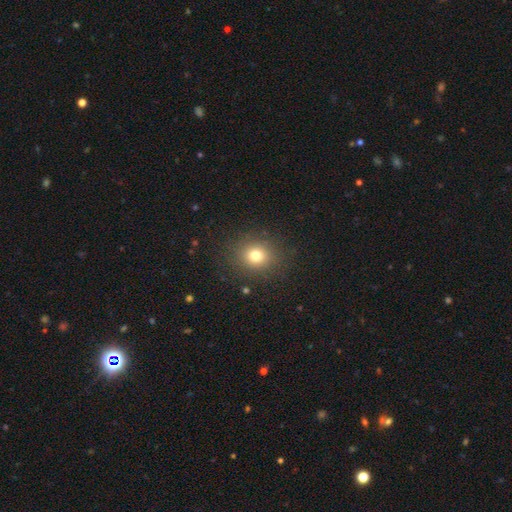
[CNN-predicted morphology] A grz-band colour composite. It shows a smooth galaxy with no disk features (76%) that is round (78%). Merging: none (88%).